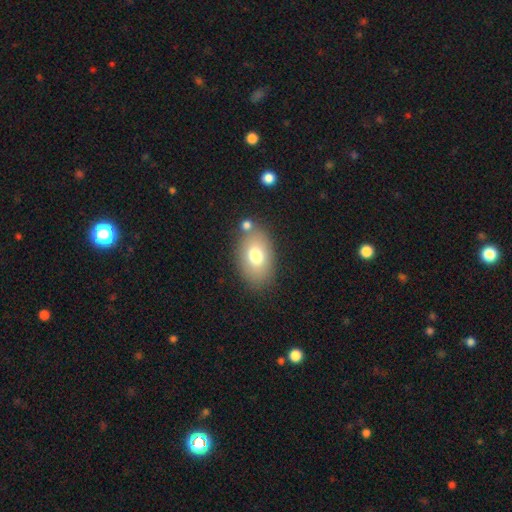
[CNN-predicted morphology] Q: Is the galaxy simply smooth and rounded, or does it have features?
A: smooth — 75%.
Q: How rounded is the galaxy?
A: in between — 88%.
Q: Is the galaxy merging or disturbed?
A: none — 74%.